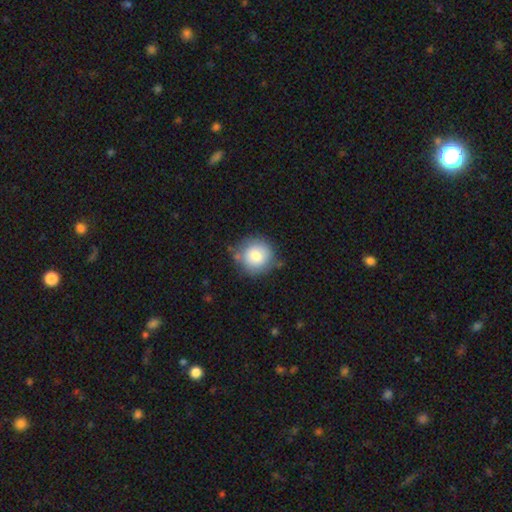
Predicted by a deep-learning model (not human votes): smooth_or_featured: smooth (p=0.78) [alt: featured or disk p=0.14]
how_rounded: round (p=0.93) [alt: in between p=0.06]
merging: none (p=0.72) [alt: minor disturbance p=0.19]